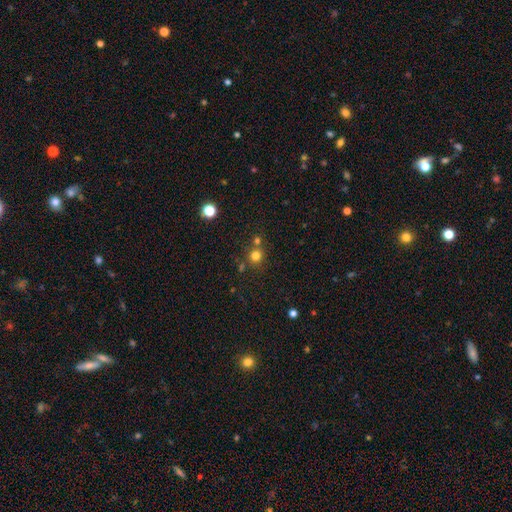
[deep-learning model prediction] A smooth galaxy with no disk features (76%) that is round (92%).

Vote fractions:
- Smooth or featured? smooth: 76% / star or artifact: 17% / featured or disk: 6%
- How rounded? round: 92% / in between: 7% / cigar-shaped: 1%
- Merging? none: 71% / merger: 18% / minor disturbance: 8% / major disturbance: 3%